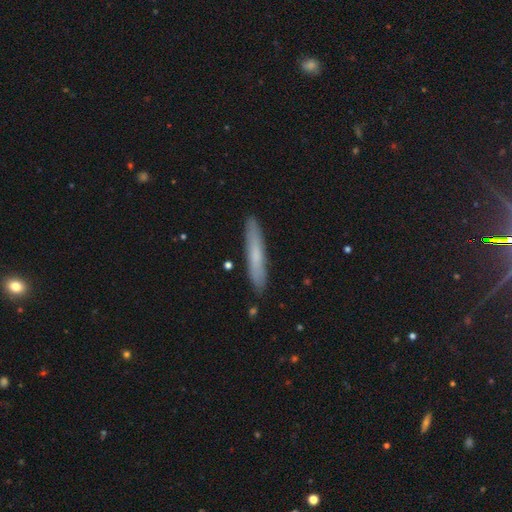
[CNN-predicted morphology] Smooth or featured: smooth — 64% (featured or disk — 30%)
How rounded: cigar-shaped — 94% (in between — 5%)
Merging: none — 89% (minor disturbance — 8%)